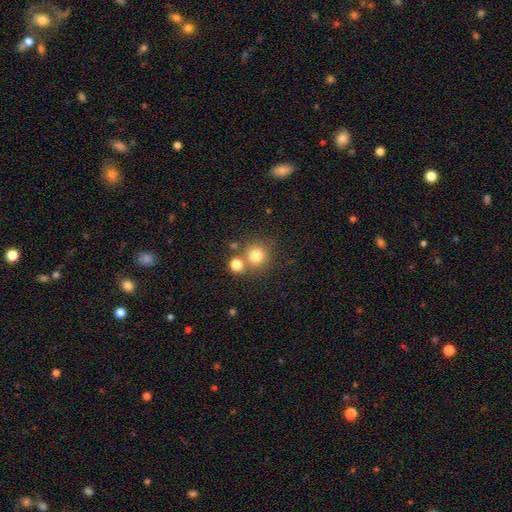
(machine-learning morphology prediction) smooth-or-featured: smooth: 78% | star or artifact: 14% | featured or disk: 8%
  how-rounded: round: 92% | in between: 7% | cigar-shaped: 1%
  merging: none: 68% | merger: 19% | minor disturbance: 9% | major disturbance: 4%